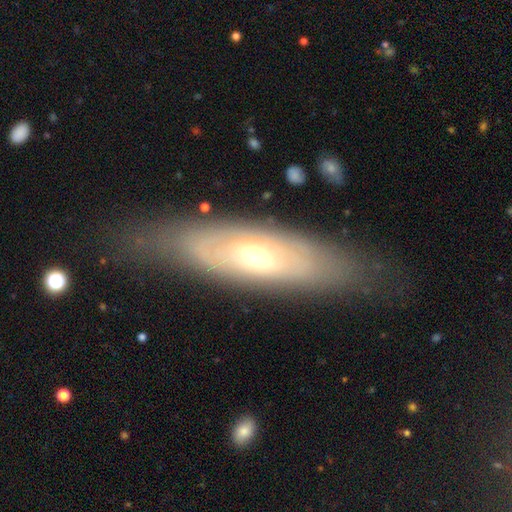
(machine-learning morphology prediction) Smooth or featured? Predicted: featured or disk (p=0.61). Edge-on disk? Predicted: no (p=0.67). Merging? Predicted: none (p=0.73).